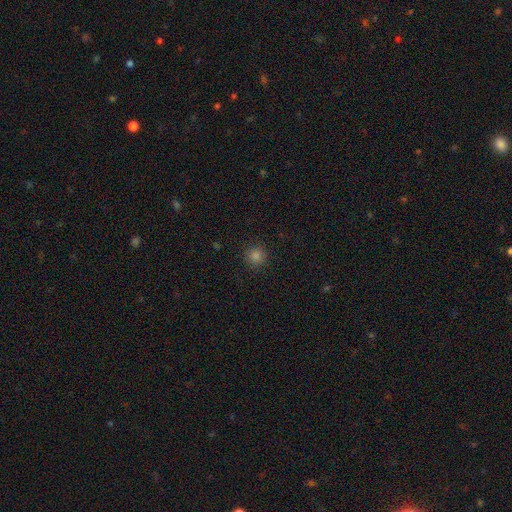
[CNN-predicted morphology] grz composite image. It shows a smooth galaxy with no disk features (80%) that is round (95%). Merging: none (92%).